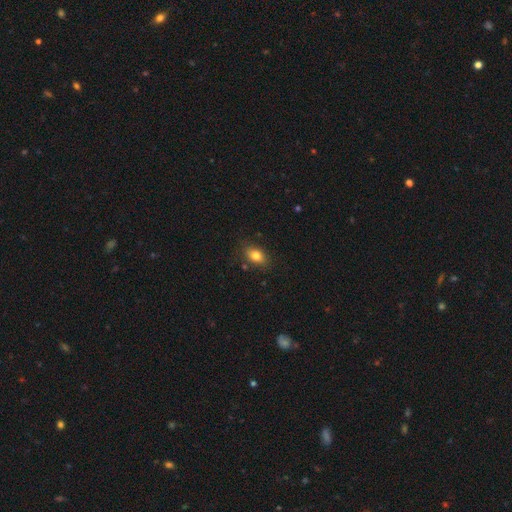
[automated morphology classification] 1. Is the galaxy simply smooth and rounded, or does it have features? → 80% smooth, 10% featured or disk, 10% star or artifact.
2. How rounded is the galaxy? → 82% in between, 16% round, 3% cigar-shaped.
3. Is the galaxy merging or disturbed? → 83% none, 12% minor disturbance, 3% major disturbance, 2% merger.